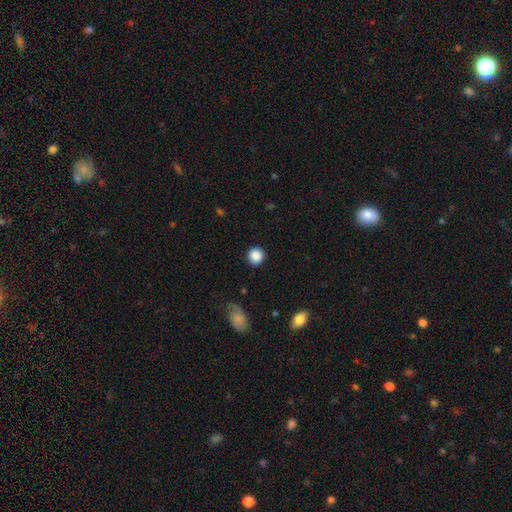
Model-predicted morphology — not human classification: Overall: smooth (87%). How rounded: round (92%). Merging: none (89%).